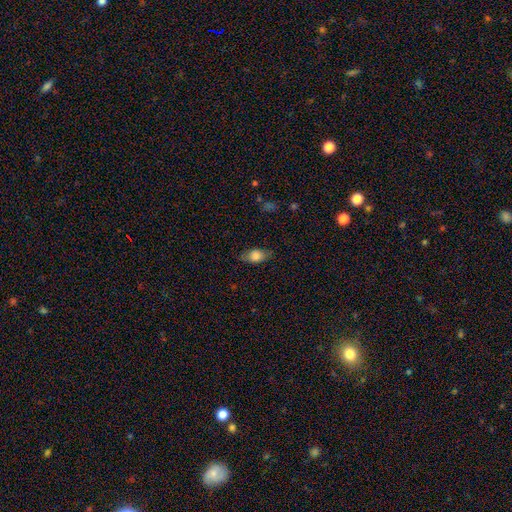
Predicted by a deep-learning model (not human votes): smooth-or-featured: smooth: 78% | featured or disk: 14% | star or artifact: 9%
  how-rounded: in between: 84% | round: 10% | cigar-shaped: 6%
  merging: none: 77% | minor disturbance: 17% | major disturbance: 5% | merger: 1%